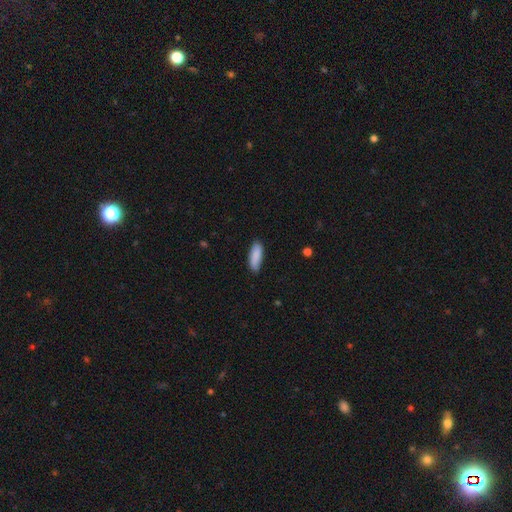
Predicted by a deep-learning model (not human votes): Smooth or featured?
  - smooth: 89% *
  - star or artifact: 6%
  - featured or disk: 5%
How rounded?
  - in between: 61% *
  - cigar-shaped: 38%
  - round: 2%
Merging?
  - none: 86% *
  - minor disturbance: 11%
  - major disturbance: 2%
  - merger: 1%